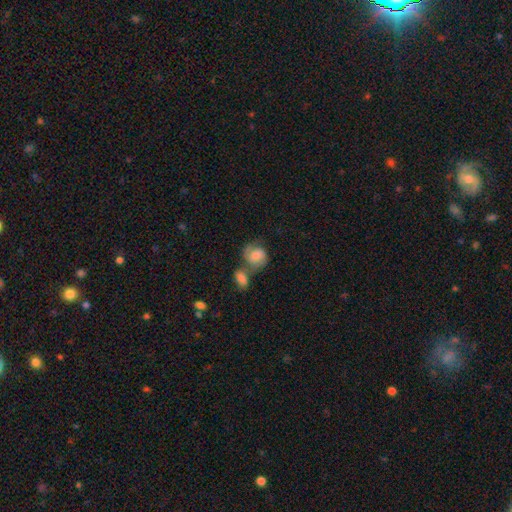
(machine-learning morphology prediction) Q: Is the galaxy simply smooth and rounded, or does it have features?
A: smooth — 49%.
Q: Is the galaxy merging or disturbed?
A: merger — 44%.